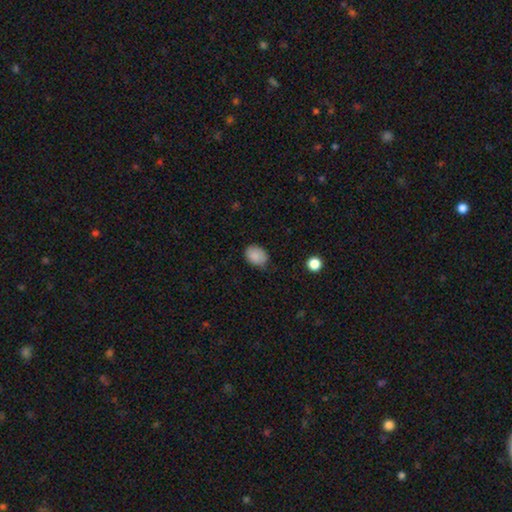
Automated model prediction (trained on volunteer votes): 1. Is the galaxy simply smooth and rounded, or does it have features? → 87% smooth, 9% star or artifact, 4% featured or disk.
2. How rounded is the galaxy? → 62% in between, 37% round, 1% cigar-shaped.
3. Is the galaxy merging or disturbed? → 72% none, 23% minor disturbance, 4% major disturbance, 1% merger.